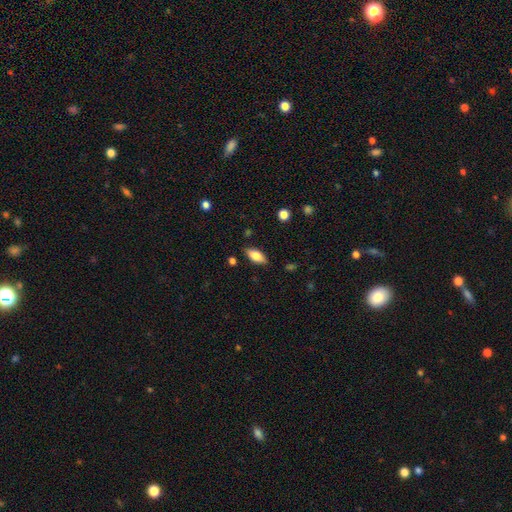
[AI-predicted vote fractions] smooth_or_featured: smooth (p=0.68) [alt: featured or disk p=0.25]
how_rounded: in between (p=0.83) [alt: cigar-shaped p=0.13]
merging: none (p=0.84) [alt: minor disturbance p=0.12]